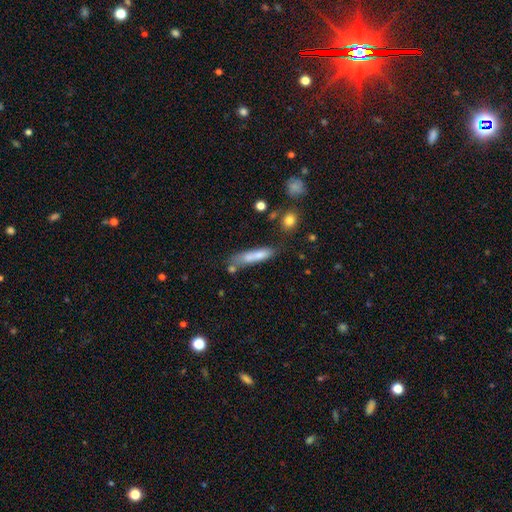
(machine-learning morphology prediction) This is likely a smooth galaxy (72%). How rounded: likely cigar-shaped (76%). Merging: marginally none (45%).